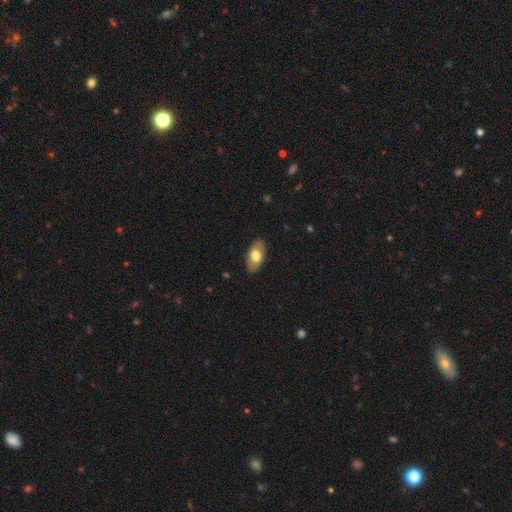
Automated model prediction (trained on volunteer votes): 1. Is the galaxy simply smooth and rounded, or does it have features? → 73% smooth, 21% featured or disk, 6% star or artifact.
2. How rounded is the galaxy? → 93% in between, 3% cigar-shaped, 3% round.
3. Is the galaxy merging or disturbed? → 86% none, 10% minor disturbance, 2% major disturbance, 1% merger.